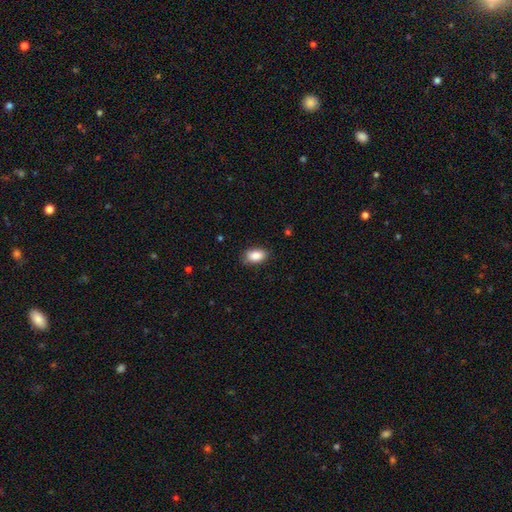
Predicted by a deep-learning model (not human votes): The model was most divided on "merging": none: 82%, minor disturbance: 14%, major disturbance: 3%, merger: 1%. More confident: how rounded — in between (90%); smooth or featured — smooth (88%).